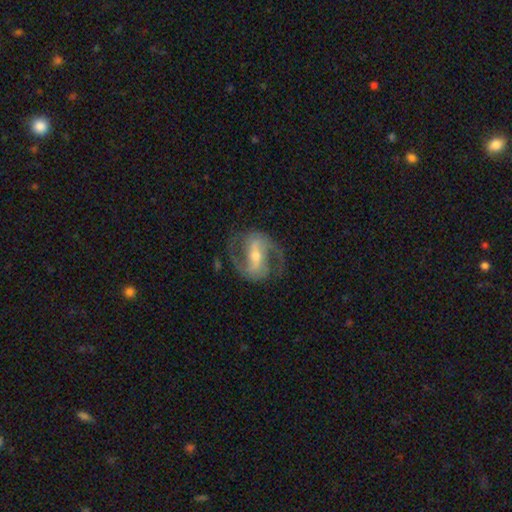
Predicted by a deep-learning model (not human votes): Smooth or featured? featured or disk (89%)
Edge-on disk? no (97%)
Bar? strong (55%)
Spiral arms? yes (96%)
Spiral winding? medium (58%)
Spiral arm count? 2 (92%)
Bulge size? moderate (49%)
Merging? none (78%)